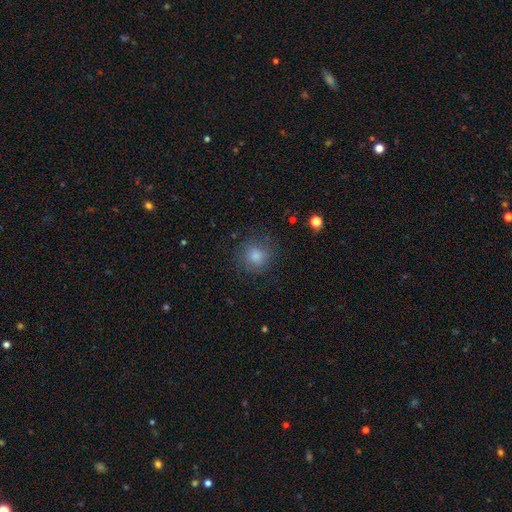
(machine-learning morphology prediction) The model was most divided on "smooth or featured": smooth: 72%, star or artifact: 16%, featured or disk: 12%. More confident: how rounded — round (90%); merging — none (81%).